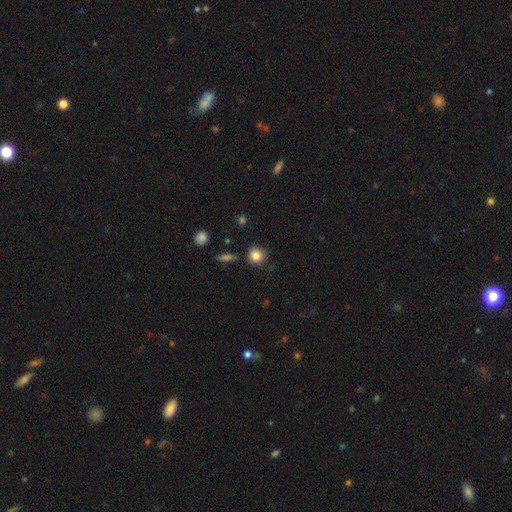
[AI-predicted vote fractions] The model was most divided on "merging": none: 82%, minor disturbance: 12%, merger: 3%, major disturbance: 3%. More confident: how rounded — round (89%); smooth or featured — smooth (84%).